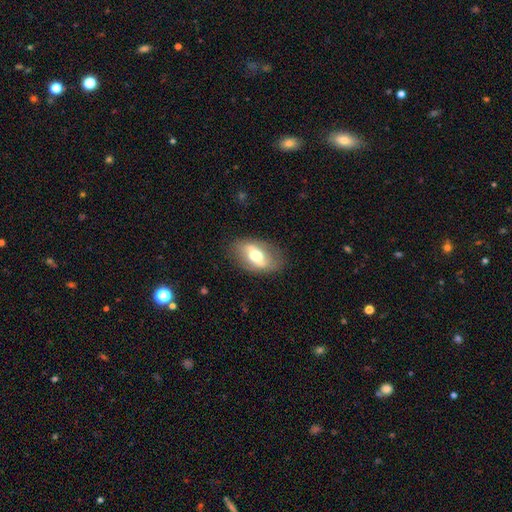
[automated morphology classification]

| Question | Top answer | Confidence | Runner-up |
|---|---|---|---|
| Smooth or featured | featured or disk | 48% | smooth (45%) |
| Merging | none | 80% | minor disturbance (14%) |